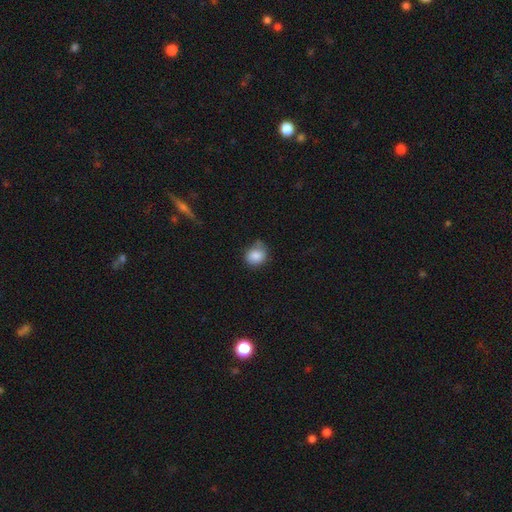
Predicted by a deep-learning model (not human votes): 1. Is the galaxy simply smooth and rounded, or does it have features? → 85% smooth, 8% star or artifact, 7% featured or disk.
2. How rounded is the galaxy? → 66% round, 33% in between, 1% cigar-shaped.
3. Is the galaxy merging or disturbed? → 55% none, 33% minor disturbance, 8% major disturbance, 4% merger.